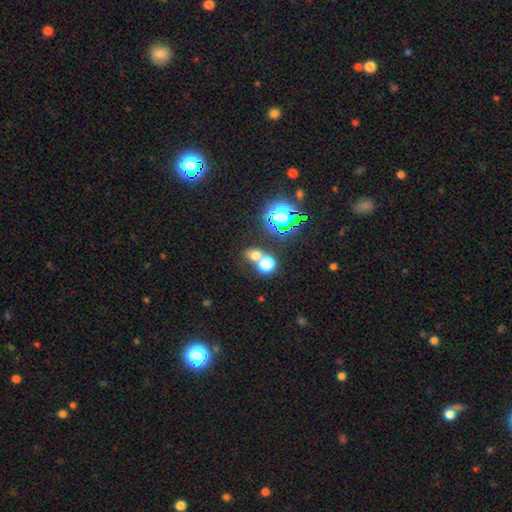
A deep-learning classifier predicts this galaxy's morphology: Smooth or featured?
  - smooth: 60% *
  - star or artifact: 30%
  - featured or disk: 10%
How rounded?
  - round: 65% *
  - in between: 33%
  - cigar-shaped: 1%
Merging?
  - none: 55% *
  - merger: 34%
  - minor disturbance: 7%
  - major disturbance: 4%